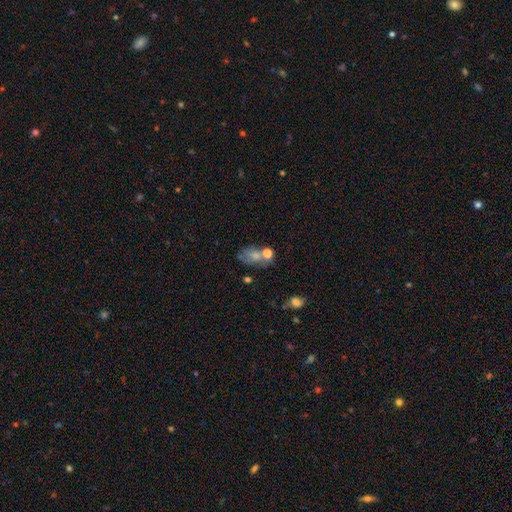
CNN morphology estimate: Q: Smooth or featured?
A: smooth (61%); runner-up: featured or disk (25%)
Q: How rounded?
A: in between (75%); runner-up: round (23%)
Q: Merging?
A: none (36%); runner-up: merger (32%)